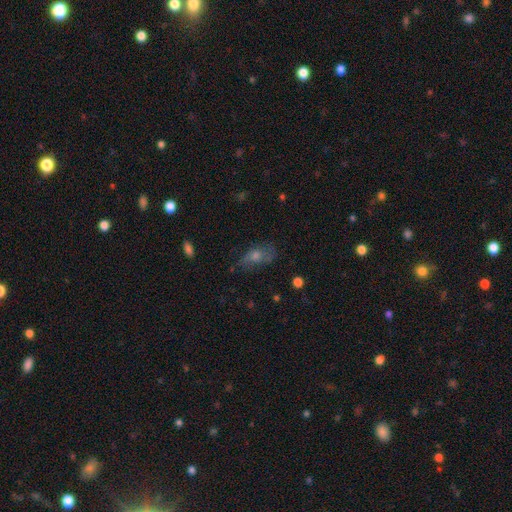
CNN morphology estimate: This is possibly a smooth galaxy (47%). Merging: likely none (63%).